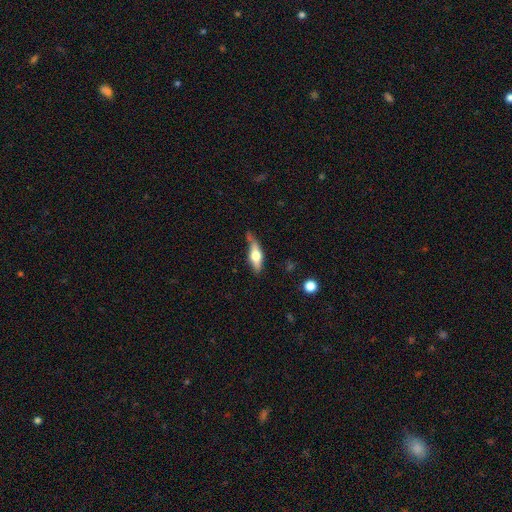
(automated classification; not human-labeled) Smooth or featured? featured or disk (47%, tied with smooth)
Merging? none (62%)